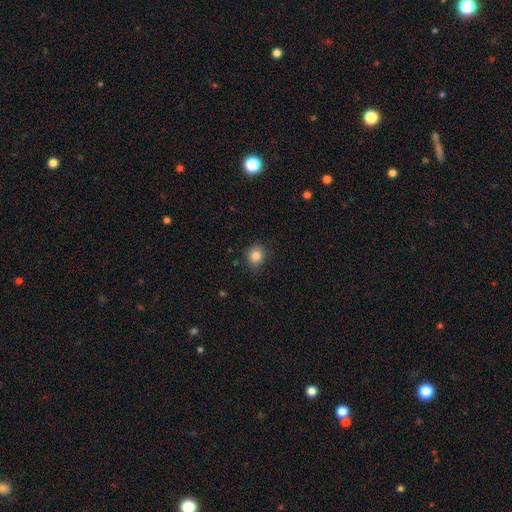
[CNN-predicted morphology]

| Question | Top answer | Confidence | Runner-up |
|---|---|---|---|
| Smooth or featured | smooth | 85% | star or artifact (10%) |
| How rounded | round | 73% | in between (26%) |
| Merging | none | 83% | minor disturbance (13%) |